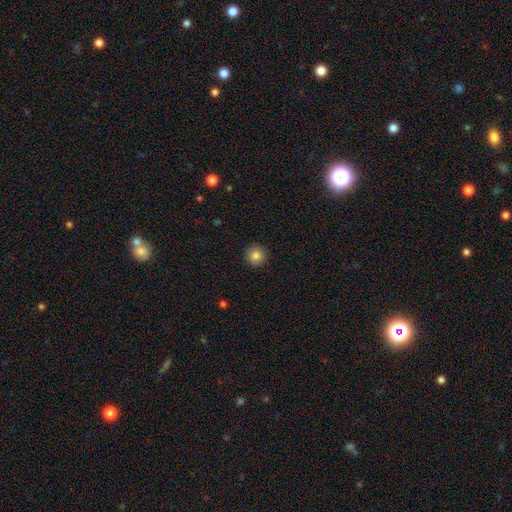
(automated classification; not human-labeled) Smooth or featured: smooth — 84% (star or artifact — 10%)
How rounded: round — 93% (in between — 6%)
Merging: none — 91% (minor disturbance — 6%)